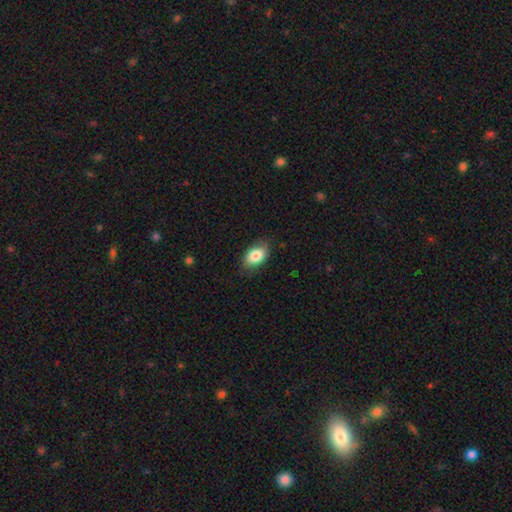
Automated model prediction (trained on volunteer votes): This appears to be a smooth galaxy with no disk features (82%) that is in between round and cigar-shaped (89%). Merging: none (79%).